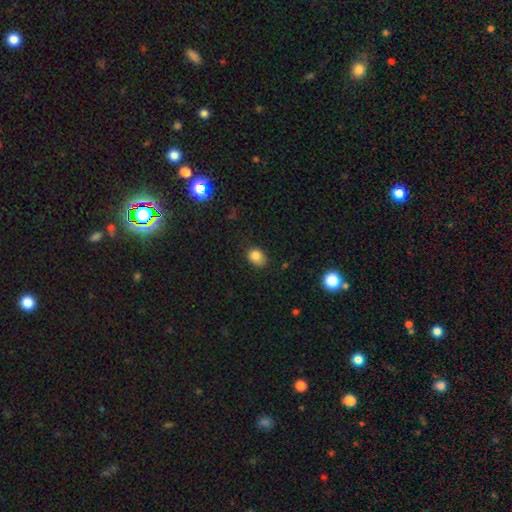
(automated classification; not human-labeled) Smooth or featured? Predicted: smooth (p=0.83). How rounded? Predicted: in between (p=0.61). Merging? Predicted: none (p=0.69).